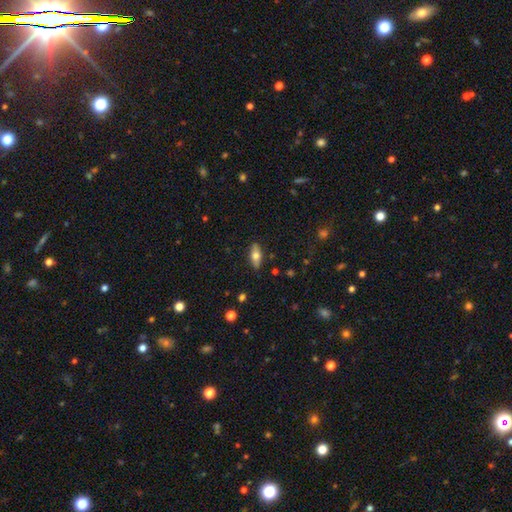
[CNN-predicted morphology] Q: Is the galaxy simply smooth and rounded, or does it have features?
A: smooth — 64%.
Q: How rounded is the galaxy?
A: in between — 75%.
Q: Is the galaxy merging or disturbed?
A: none — 87%.